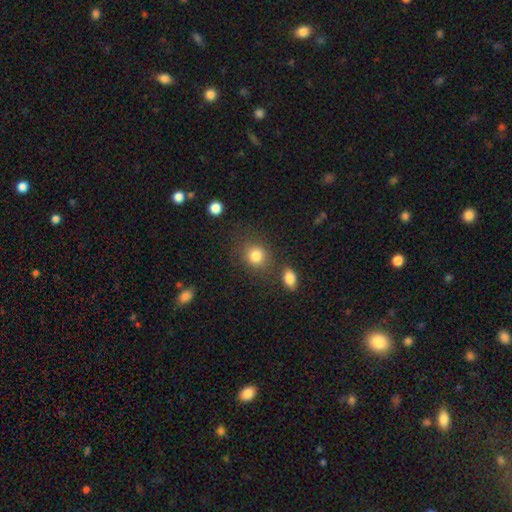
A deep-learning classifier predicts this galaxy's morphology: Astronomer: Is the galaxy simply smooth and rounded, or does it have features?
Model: smooth — 83%.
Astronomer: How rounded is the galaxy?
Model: round — 77%.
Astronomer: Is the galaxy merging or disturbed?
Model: none — 73%.